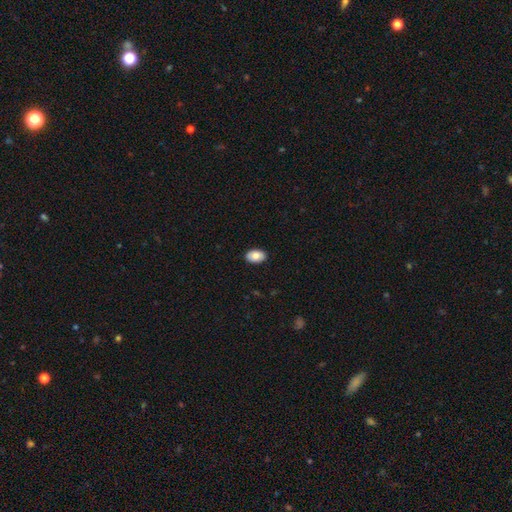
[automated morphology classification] smooth 82%, featured or disk 11%, star or artifact 7%. Down the decision tree: how rounded — in between (90%); merging — none (90%).